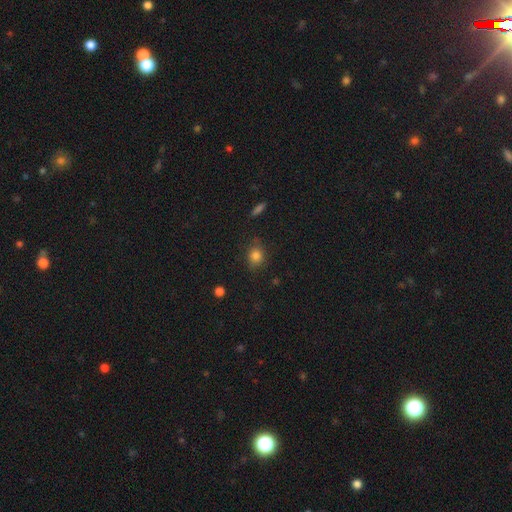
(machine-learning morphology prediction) type=smooth (81%); roundness=round (64%); merging=none (78%).